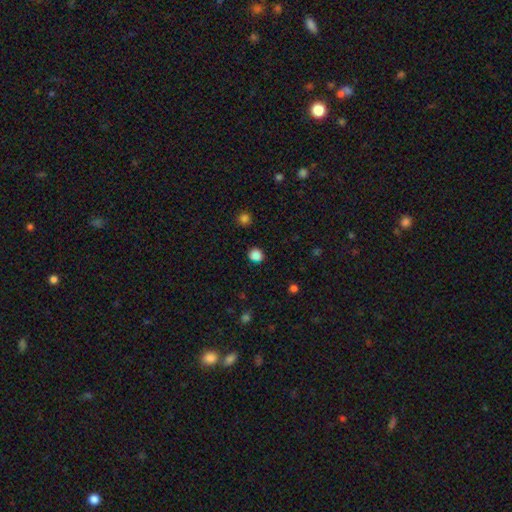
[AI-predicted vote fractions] Smooth or featured? smooth (81%)
How rounded? round (83%)
Merging? none (86%)